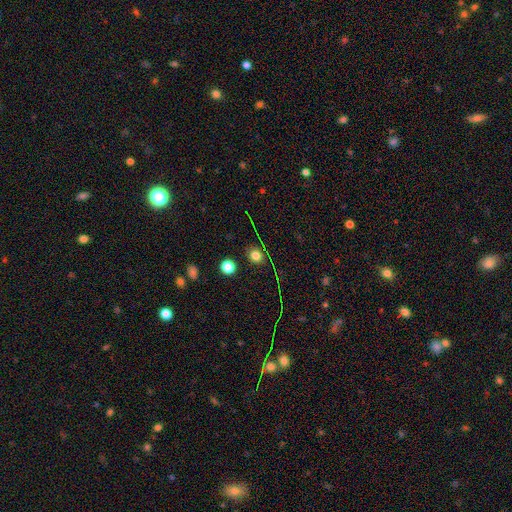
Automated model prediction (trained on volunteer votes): Smooth or featured: smooth — 75% (star or artifact — 18%)
How rounded: round — 79% (in between — 20%)
Merging: none — 86% (minor disturbance — 9%)